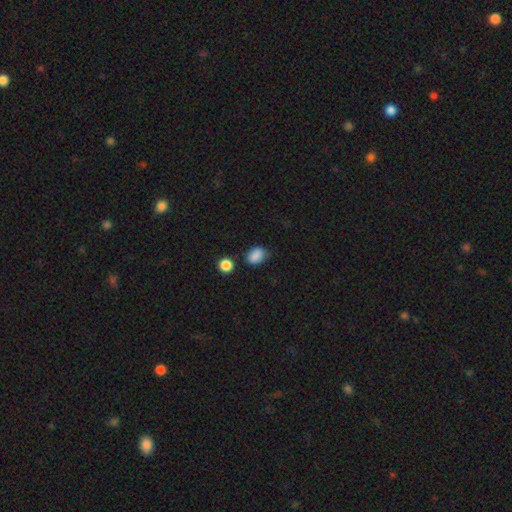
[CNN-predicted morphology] smooth-or-featured: smooth: 85% | star or artifact: 10% | featured or disk: 5%
  how-rounded: in between: 69% | round: 30% | cigar-shaped: 1%
  merging: none: 70% | minor disturbance: 20% | merger: 5% | major disturbance: 5%